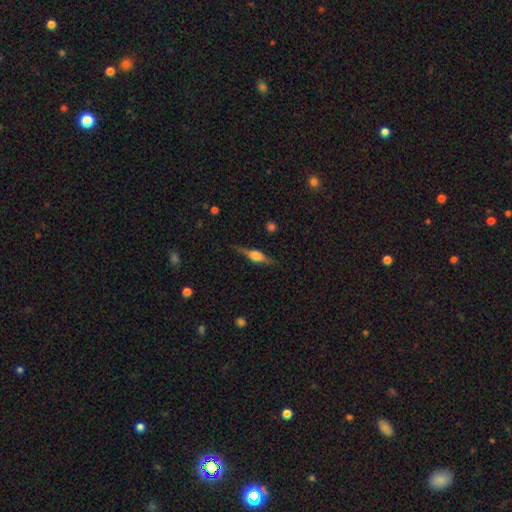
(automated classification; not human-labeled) Overall: featured or disk (71%). Edge-on disk: yes (97%). Edge-on bulge: rounded (78%). Merging: none (83%).